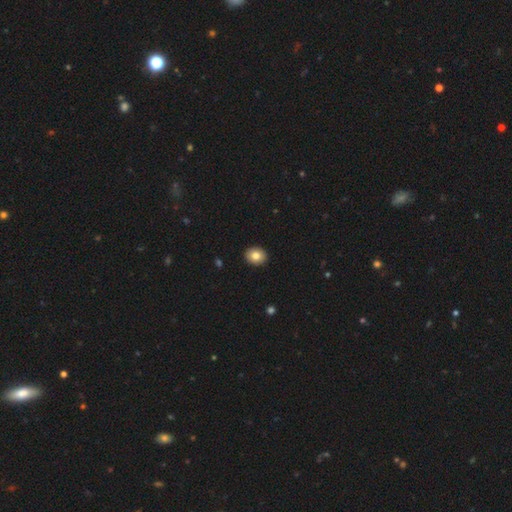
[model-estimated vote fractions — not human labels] Smooth or featured? Predicted: smooth (p=0.82). How rounded? Predicted: round (p=0.54). Merging? Predicted: none (p=0.92).